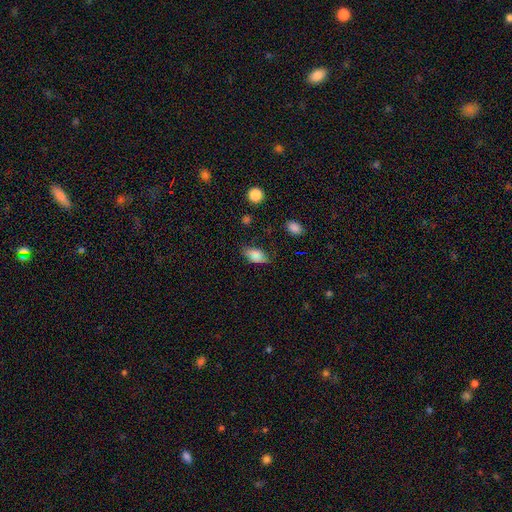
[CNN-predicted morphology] Q: Smooth or featured?
A: smooth (78%); runner-up: featured or disk (13%)
Q: How rounded?
A: in between (89%); runner-up: round (6%)
Q: Merging?
A: none (65%); runner-up: minor disturbance (26%)